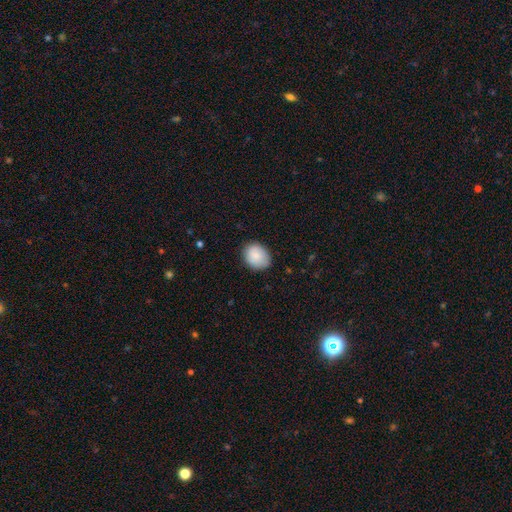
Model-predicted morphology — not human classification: Q: Smooth or featured?
A: smooth (86%); runner-up: featured or disk (7%)
Q: How rounded?
A: round (52%); runner-up: in between (47%)
Q: Merging?
A: none (83%); runner-up: minor disturbance (13%)